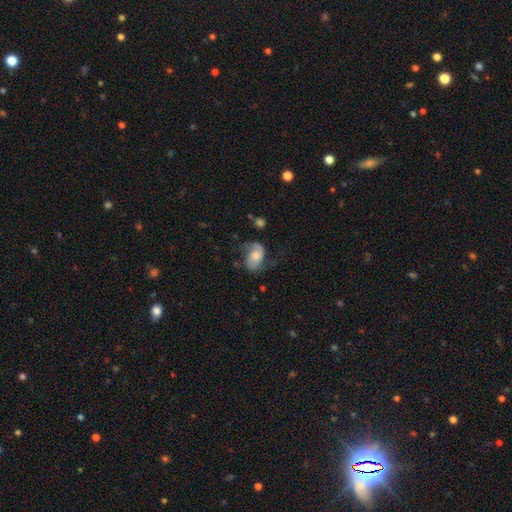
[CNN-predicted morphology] smooth-or-featured: featured or disk: 71% | smooth: 22% | star or artifact: 7%
  disk-edge-on: no: 97% | yes: 3%
    bar: no: 61% | weak: 30% | strong: 8%
    has-spiral-arms: yes: 92% | no: 8%
      spiral-winding: loose: 46% | medium: 40% | tight: 14%
      spiral-arm-count: 2: 83% | 1: 10% | can't tell: 4% | 3: 1% | 4: 1% | more than 4: 1%
    bulge-size: moderate: 39% | small: 24% | large: 21% | none: 12% | dominant: 4%
  merging: none: 55% | minor disturbance: 23% | major disturbance: 19% | merger: 2%